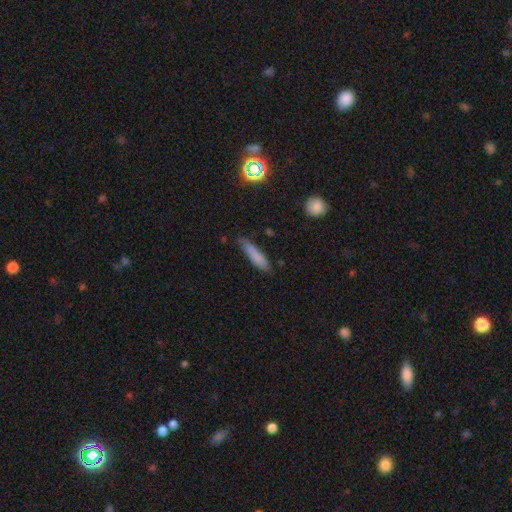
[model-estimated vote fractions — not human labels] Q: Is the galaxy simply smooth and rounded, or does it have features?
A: smooth — 79%.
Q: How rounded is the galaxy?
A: cigar-shaped — 85%.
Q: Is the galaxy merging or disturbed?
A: none — 74%.